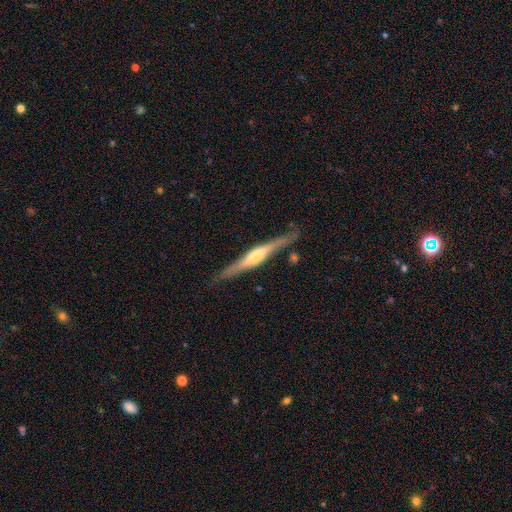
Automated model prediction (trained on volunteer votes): featured or disk 75%, smooth 20%, star or artifact 5%. Down the decision tree: edge-on disk — yes (97%); edge-on bulge — rounded (70%); merging — none (83%).